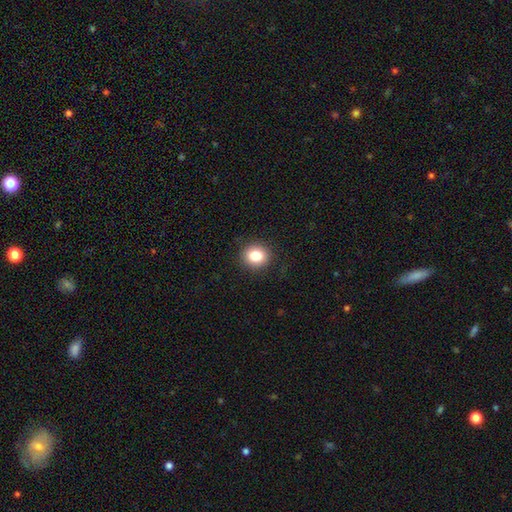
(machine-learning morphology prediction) Q: Smooth or featured?
A: smooth (83%); runner-up: star or artifact (10%)
Q: How rounded?
A: round (81%); runner-up: in between (18%)
Q: Merging?
A: none (90%); runner-up: minor disturbance (7%)